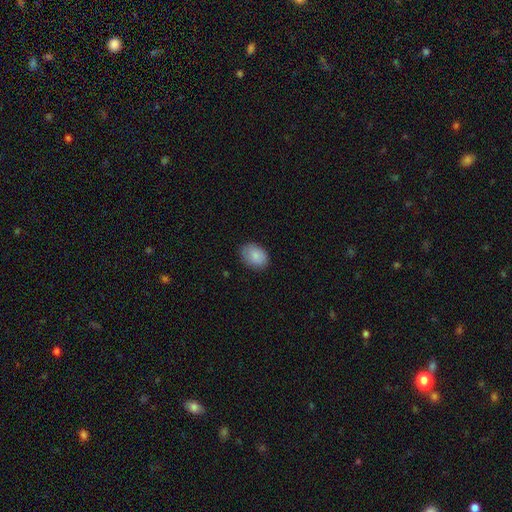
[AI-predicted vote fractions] Smooth or featured? smooth (86%)
How rounded? in between (77%)
Merging? none (82%)